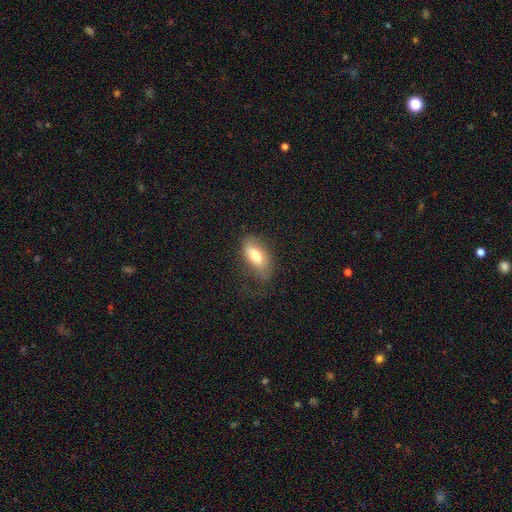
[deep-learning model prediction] Q: Smooth or featured?
A: smooth (72%); runner-up: featured or disk (21%)
Q: How rounded?
A: in between (86%); runner-up: cigar-shaped (10%)
Q: Merging?
A: none (58%); runner-up: minor disturbance (27%)